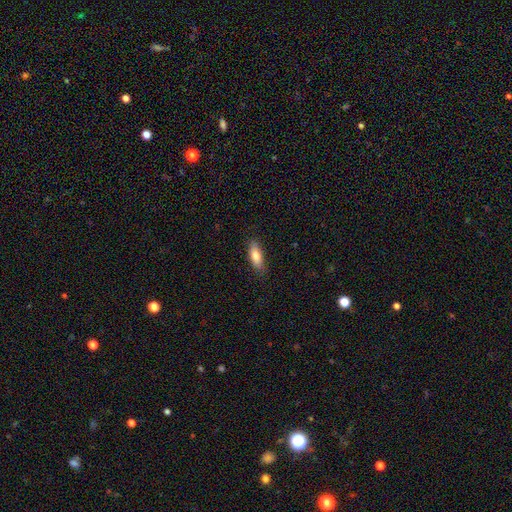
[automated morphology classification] Overall: smooth (79%). How rounded: in between (64%; cigar-shaped 34%). Merging: none (85%).